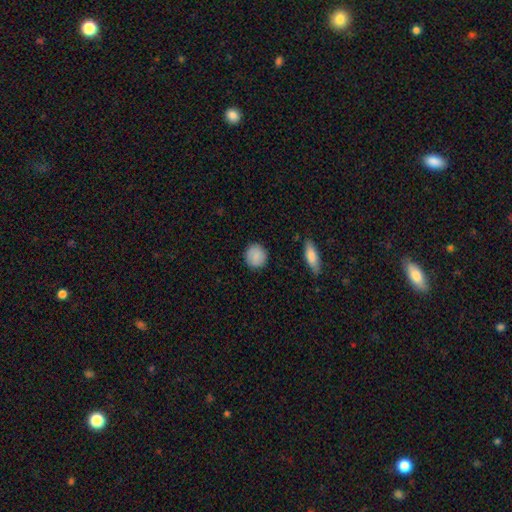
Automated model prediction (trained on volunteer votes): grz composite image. It shows a smooth galaxy with no disk features (86%) that is round (88%). Merging: none (88%).